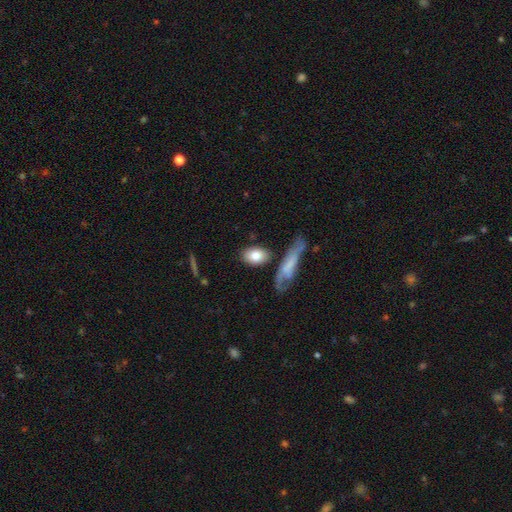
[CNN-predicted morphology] A smooth galaxy with no disk features (80%) that is in between round and cigar-shaped (83%). Merging: none (73%).